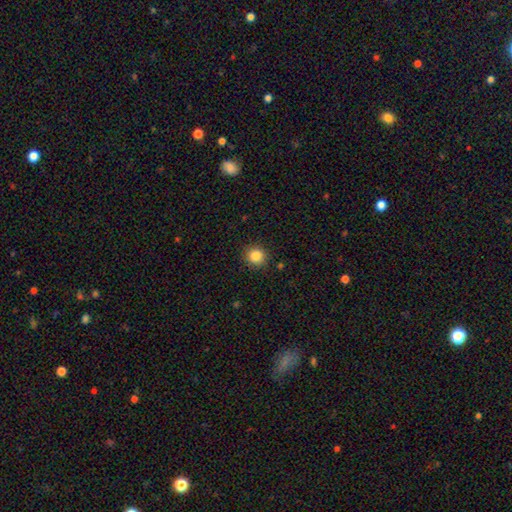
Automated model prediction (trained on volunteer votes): smooth-or-featured: smooth: 85% | star or artifact: 11% | featured or disk: 4%
  how-rounded: round: 90% | in between: 9% | cigar-shaped: 1%
  merging: none: 90% | minor disturbance: 6% | major disturbance: 2% | merger: 1%